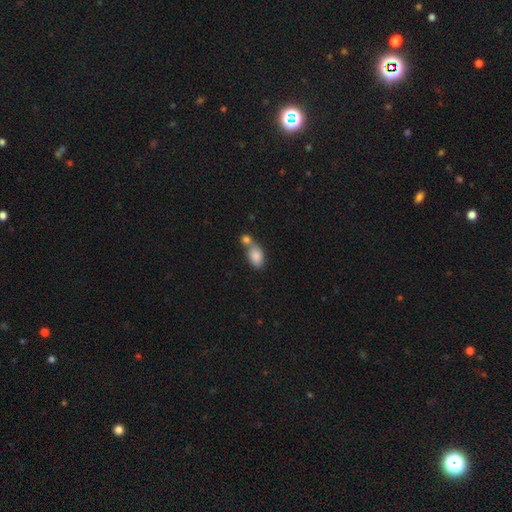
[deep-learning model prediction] Smooth or featured? Predicted: smooth (p=0.84). How rounded? Predicted: in between (p=0.87). Merging? Predicted: merger (p=0.50).